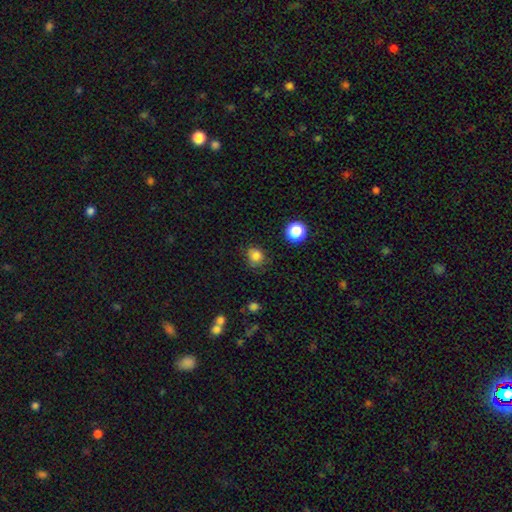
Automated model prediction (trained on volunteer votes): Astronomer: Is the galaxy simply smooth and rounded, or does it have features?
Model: smooth — 80%.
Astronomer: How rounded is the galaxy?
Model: round — 73%.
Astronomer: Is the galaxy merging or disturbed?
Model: none — 68%.